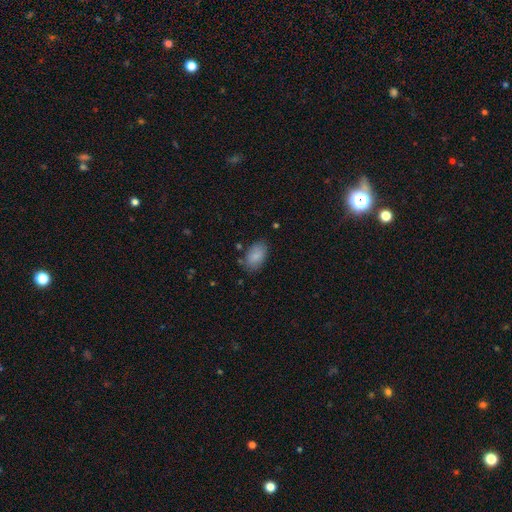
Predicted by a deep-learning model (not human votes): This appears to be a smooth galaxy with no disk features (87%) that is in between round and cigar-shaped (92%). Merging: none (77%).